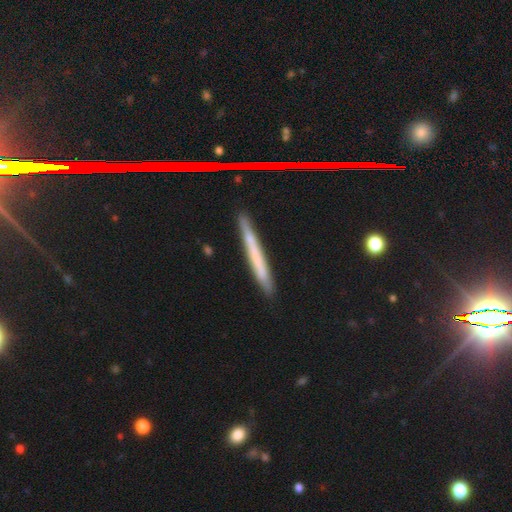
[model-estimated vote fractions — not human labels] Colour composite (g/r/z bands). It shows a smooth galaxy with no disk features (49%). Merging: none (86%).